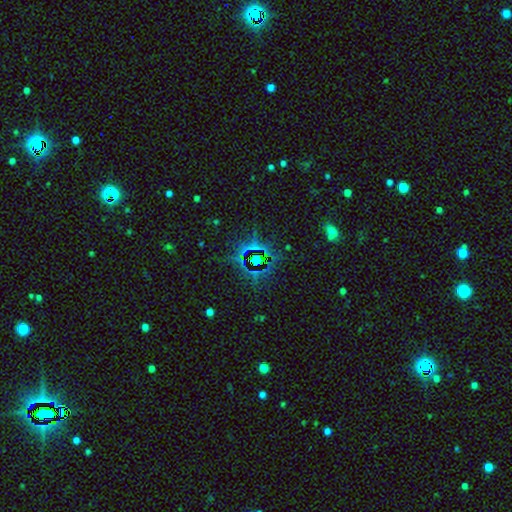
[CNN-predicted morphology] smooth-or-featured: star or artifact: 77% | smooth: 13% | featured or disk: 10%